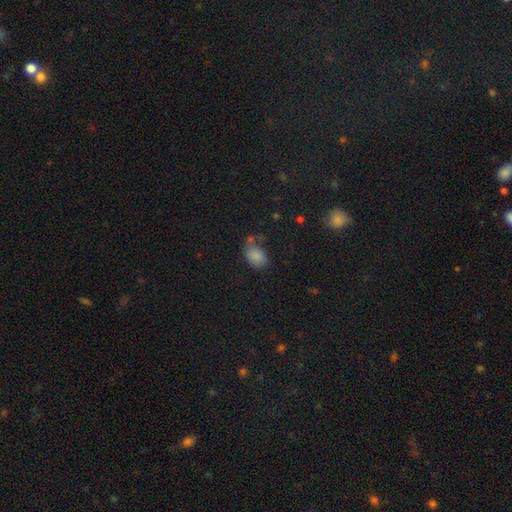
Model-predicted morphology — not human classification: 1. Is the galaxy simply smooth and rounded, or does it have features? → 85% smooth, 9% star or artifact, 6% featured or disk.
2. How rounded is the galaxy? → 81% in between, 17% round, 1% cigar-shaped.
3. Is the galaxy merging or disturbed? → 60% none, 21% minor disturbance, 11% merger, 7% major disturbance.